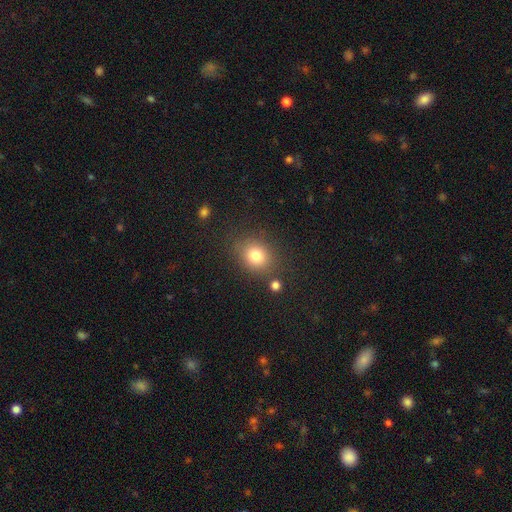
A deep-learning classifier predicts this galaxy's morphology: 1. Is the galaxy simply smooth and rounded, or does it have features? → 79% smooth, 12% star or artifact, 8% featured or disk.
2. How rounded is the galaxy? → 64% round, 35% in between, 1% cigar-shaped.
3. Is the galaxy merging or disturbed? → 79% none, 12% minor disturbance, 5% merger, 4% major disturbance.